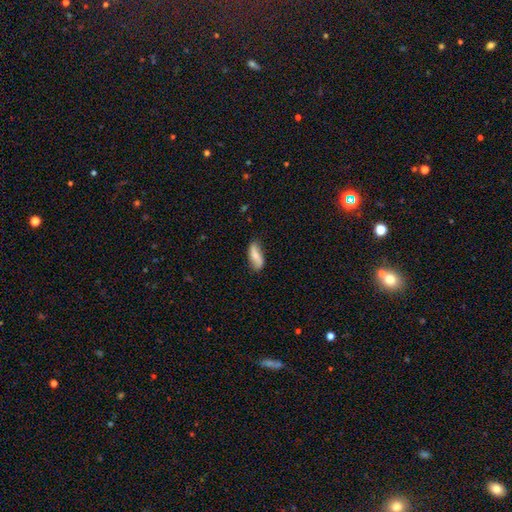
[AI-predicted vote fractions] A smooth galaxy with no disk features (59%) that is in between round and cigar-shaped (68%). Merging: none (74%).